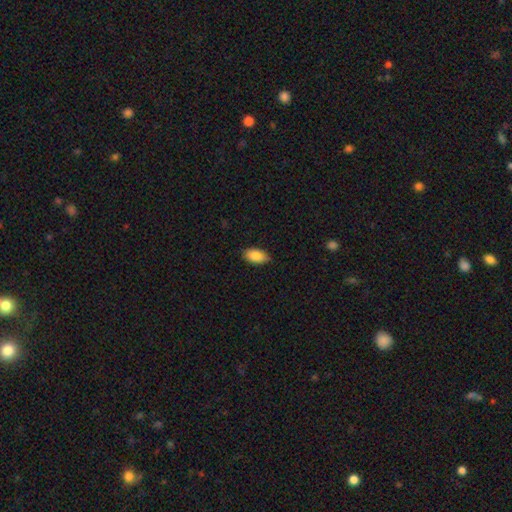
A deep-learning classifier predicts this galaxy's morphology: Smooth or featured? smooth (87%)
How rounded? in between (93%)
Merging? none (84%)